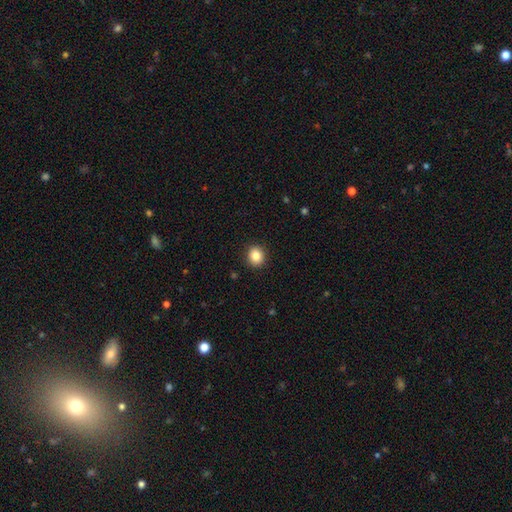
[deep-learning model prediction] Smooth or featured? Predicted: smooth (p=0.85). How rounded? Predicted: round (p=0.78). Merging? Predicted: none (p=0.91).